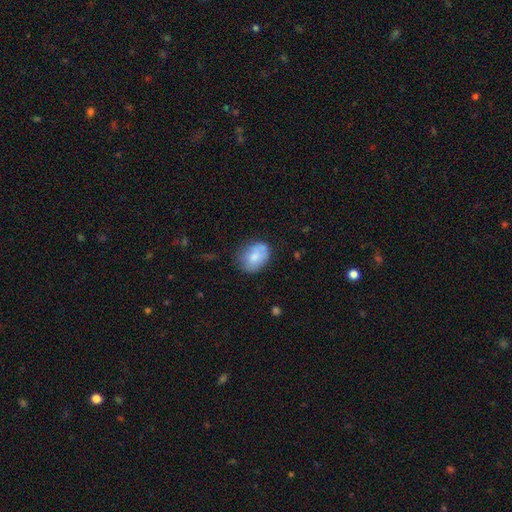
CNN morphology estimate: A smooth galaxy with no disk features (76%) that is in between round and cigar-shaped (69%). Merging: none (62%).